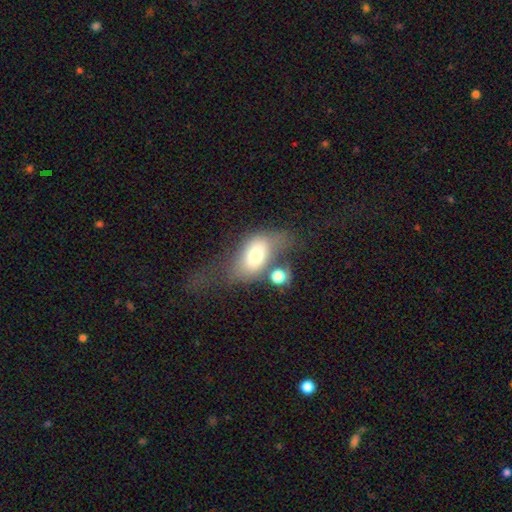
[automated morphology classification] smooth 65%, featured or disk 26%, star or artifact 9%. Down the decision tree: how rounded — in between (85%); merging — none (31%).